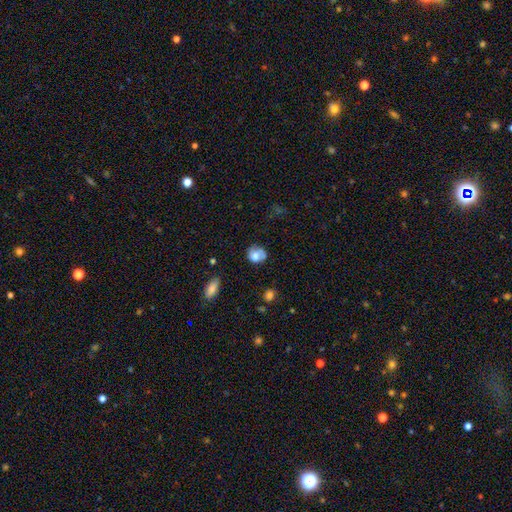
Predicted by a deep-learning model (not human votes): A smooth galaxy with no disk features (68%) that is round (64%).

Vote fractions:
- Smooth or featured? smooth: 68% / featured or disk: 24% / star or artifact: 8%
- How rounded? round: 64% / in between: 35% / cigar-shaped: 1%
- Merging? none: 50% / minor disturbance: 31% / major disturbance: 12% / merger: 8%